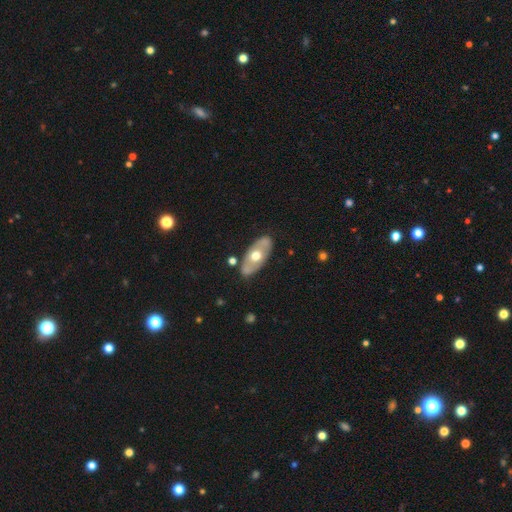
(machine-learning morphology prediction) featured or disk 49%, smooth 46%, star or artifact 5%. Down the decision tree: merging — none (82%).